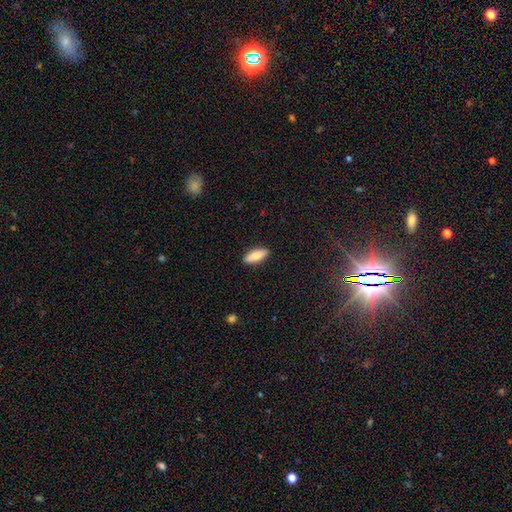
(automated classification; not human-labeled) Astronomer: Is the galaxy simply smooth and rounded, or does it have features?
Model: smooth — 81%.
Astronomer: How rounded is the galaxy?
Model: in between — 55% (runner-up: cigar-shaped, 43%).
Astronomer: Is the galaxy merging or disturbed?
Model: none — 90%.